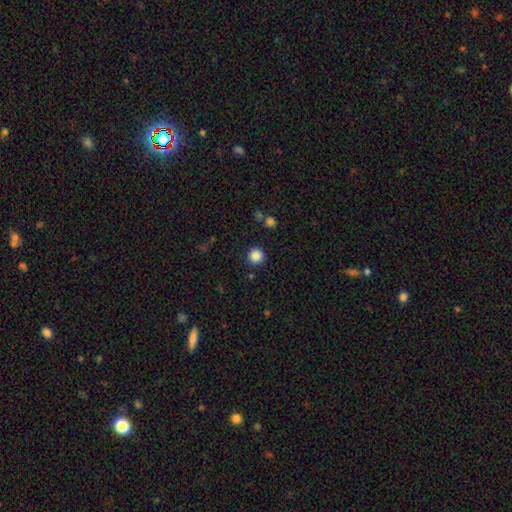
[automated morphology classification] Overall: smooth (86%). How rounded: round (95%). Merging: none (90%).